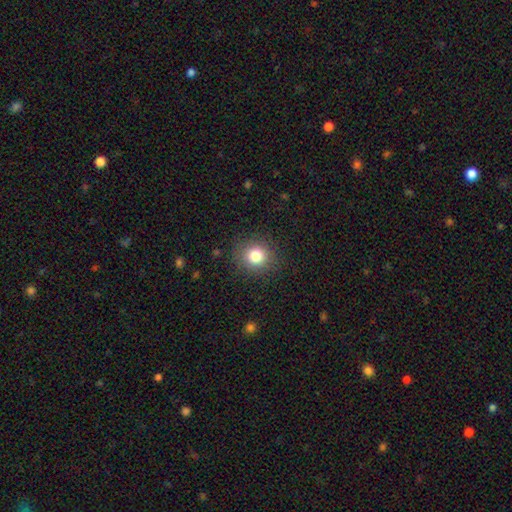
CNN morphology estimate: A smooth galaxy with no disk features (81%) that is round (88%).

Vote fractions:
- Smooth or featured? smooth: 81% / star or artifact: 12% / featured or disk: 7%
- How rounded? round: 88% / in between: 11% / cigar-shaped: 1%
- Merging? none: 88% / minor disturbance: 8% / major disturbance: 3% / merger: 1%